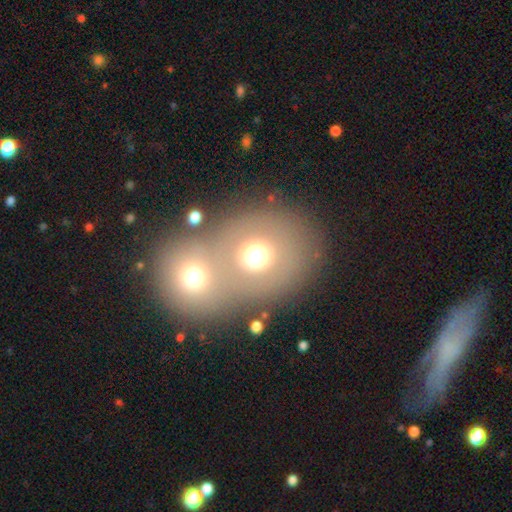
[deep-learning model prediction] smooth-or-featured: smooth: 68% | featured or disk: 18% | star or artifact: 14%
  how-rounded: round: 77% | in between: 22% | cigar-shaped: 1%
  merging: merger: 54% | none: 34% | minor disturbance: 7% | major disturbance: 5%